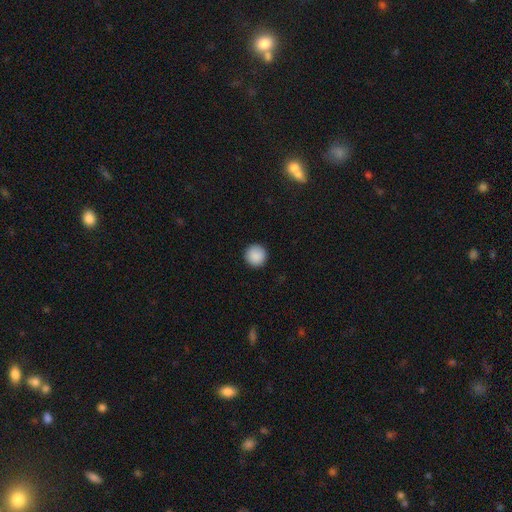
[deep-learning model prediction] Morphology: type=smooth (89%); roundness=round (96%); merging=none (93%).